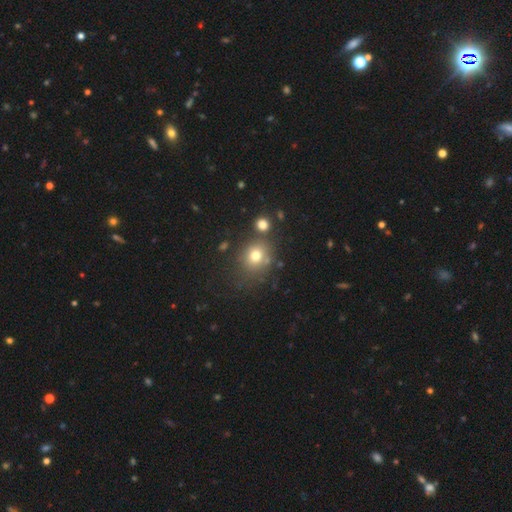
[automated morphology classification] The model was most divided on "how rounded": round: 73%, in between: 26%, cigar-shaped: 1%. More confident: smooth or featured — smooth (75%); merging — none (69%).